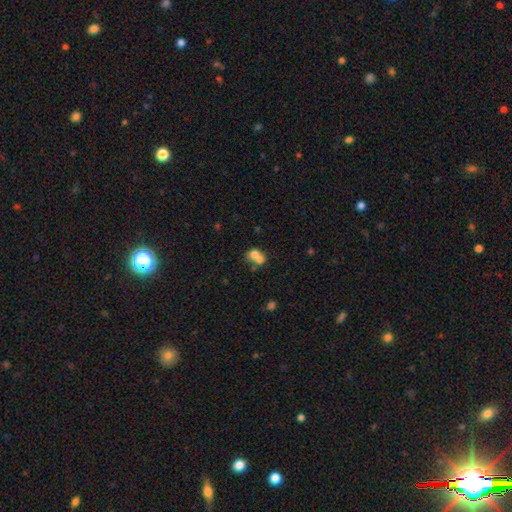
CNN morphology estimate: This appears to be a smooth galaxy with no disk features (68%) that is round (59%). Merging: merger (65%).